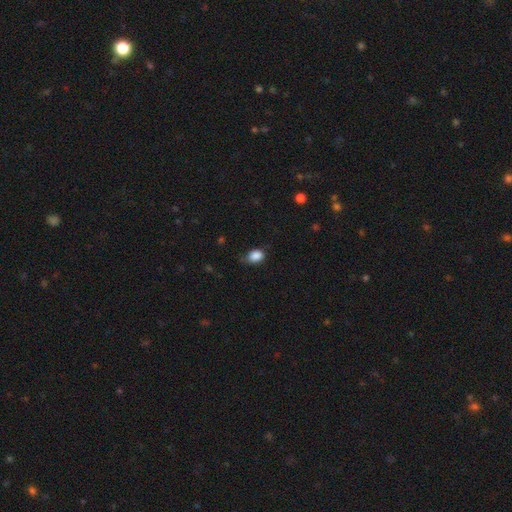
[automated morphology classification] Q: Smooth or featured?
A: smooth (87%); runner-up: star or artifact (9%)
Q: How rounded?
A: in between (72%); runner-up: round (27%)
Q: Merging?
A: none (67%); runner-up: minor disturbance (27%)